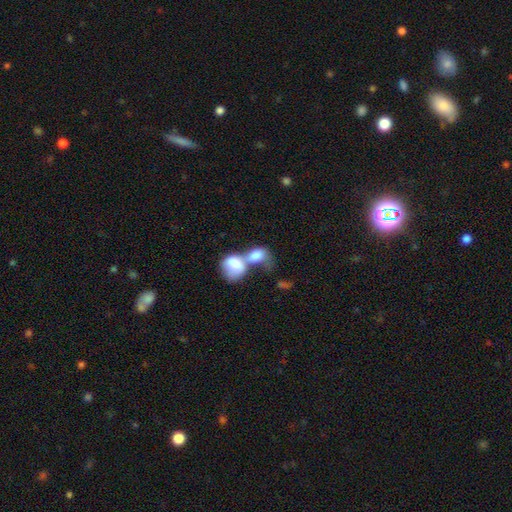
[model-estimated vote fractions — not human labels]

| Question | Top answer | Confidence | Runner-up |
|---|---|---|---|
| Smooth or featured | smooth | 75% | featured or disk (18%) |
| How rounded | in between | 63% | round (35%) |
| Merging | merger | 79% | major disturbance (8%) |